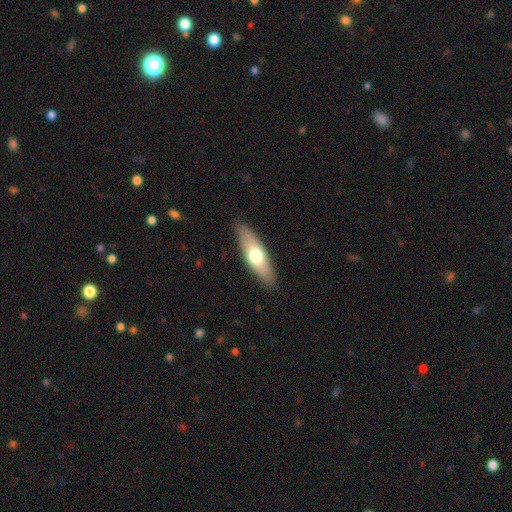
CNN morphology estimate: Q: Smooth or featured?
A: smooth (62%); runner-up: featured or disk (33%)
Q: How rounded?
A: cigar-shaped (50%); runner-up: in between (48%)
Q: Merging?
A: none (88%); runner-up: minor disturbance (9%)